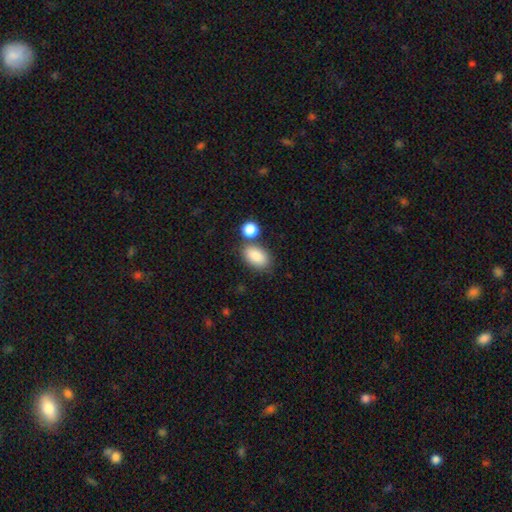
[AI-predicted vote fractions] Smooth or featured? smooth (87%)
How rounded? in between (91%)
Merging? none (64%)